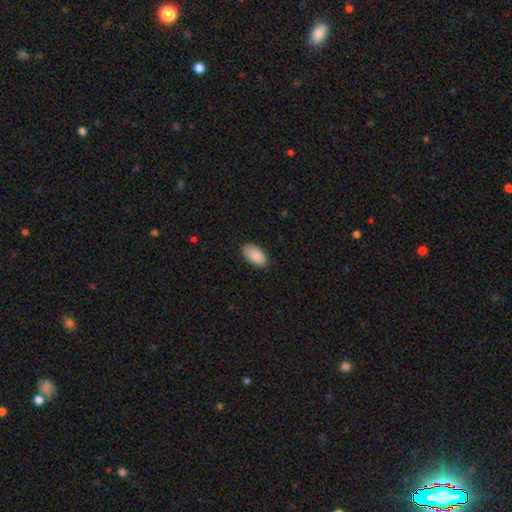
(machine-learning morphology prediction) A smooth galaxy with no disk features (89%) that is in between round and cigar-shaped (95%). Merging: none (84%).